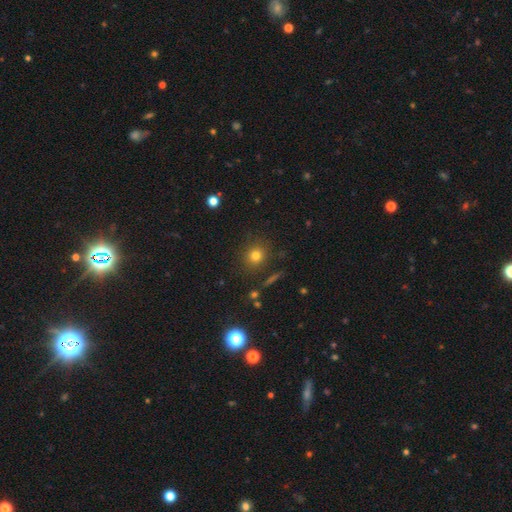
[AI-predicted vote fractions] The model was most divided on "smooth or featured": smooth: 76%, star or artifact: 16%, featured or disk: 9%. More confident: merging — none (86%); how rounded — round (86%).